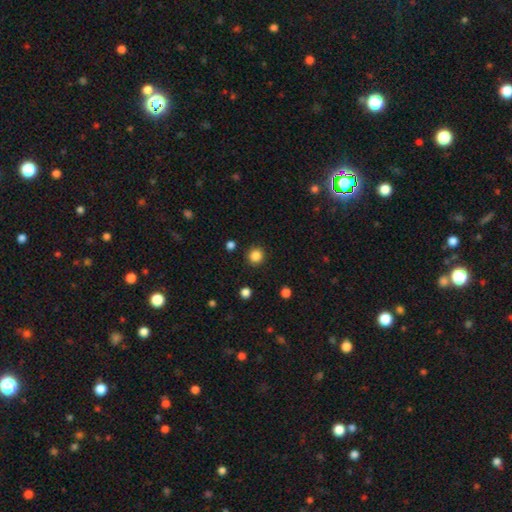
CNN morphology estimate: A smooth galaxy with no disk features (85%) that is round (94%). Merging: none (91%).